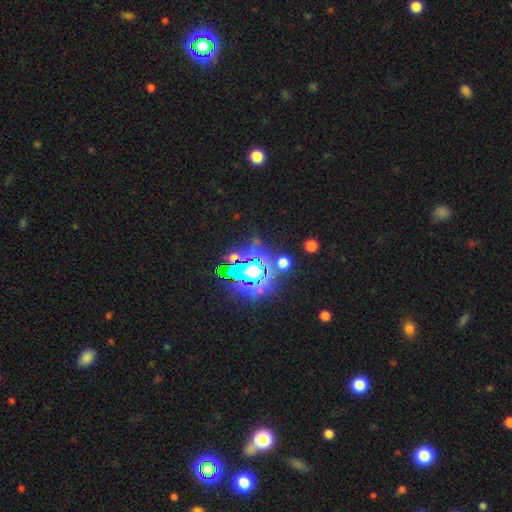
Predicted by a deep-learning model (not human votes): Overall: star or artifact (82%).